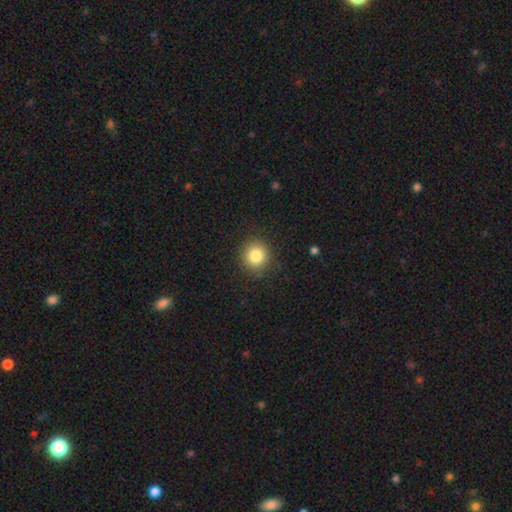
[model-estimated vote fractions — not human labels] A smooth galaxy with no disk features (84%) that is round (91%).

Vote fractions:
- Smooth or featured? smooth: 84% / star or artifact: 10% / featured or disk: 6%
- How rounded? round: 91% / in between: 9% / cigar-shaped: 1%
- Merging? none: 89% / minor disturbance: 7% / major disturbance: 3% / merger: 1%